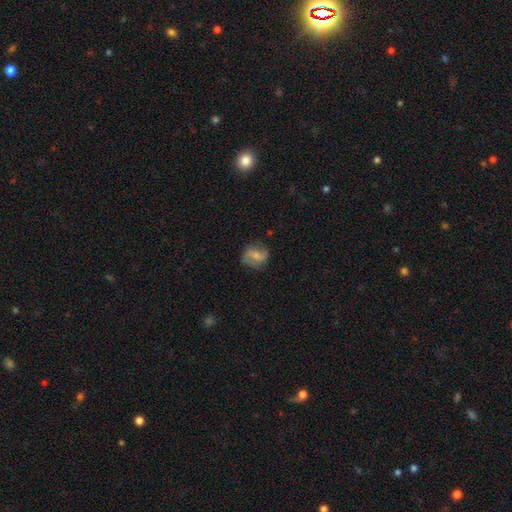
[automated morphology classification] A smooth galaxy with no disk features (47%). Merging: none (72%).